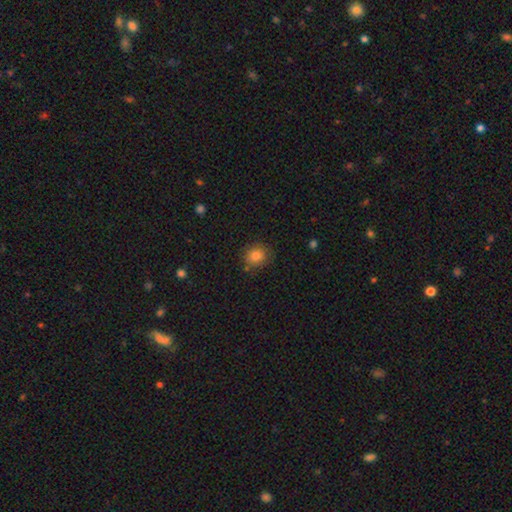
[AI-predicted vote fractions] Smooth or featured: smooth — 83% (star or artifact — 10%)
How rounded: round — 80% (in between — 19%)
Merging: none — 80% (minor disturbance — 14%)